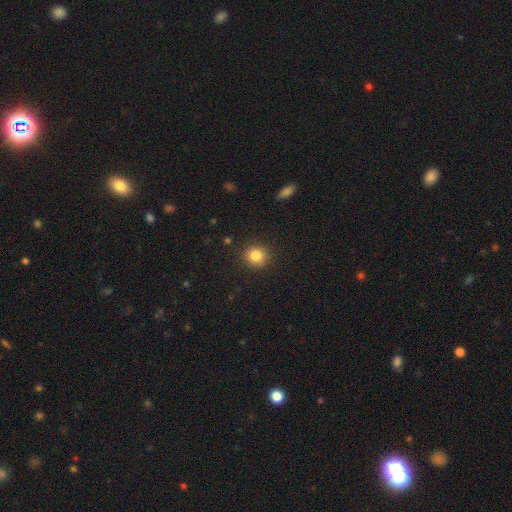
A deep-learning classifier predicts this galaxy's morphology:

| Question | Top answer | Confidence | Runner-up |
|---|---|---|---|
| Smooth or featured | smooth | 83% | star or artifact (11%) |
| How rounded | round | 88% | in between (11%) |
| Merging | none | 90% | minor disturbance (7%) |